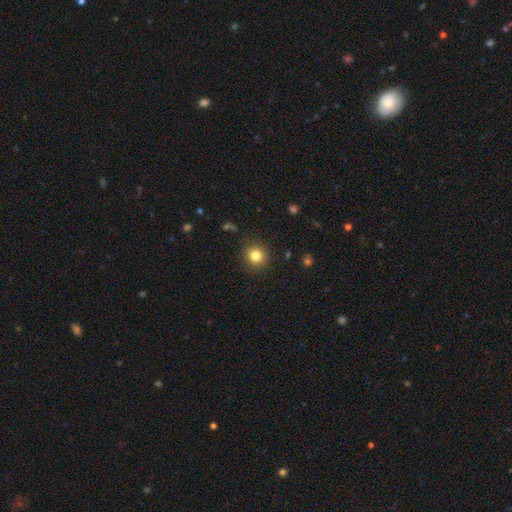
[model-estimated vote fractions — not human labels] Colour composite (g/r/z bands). It shows a smooth galaxy with no disk features (82%) that is round (91%). Merging: none (90%).